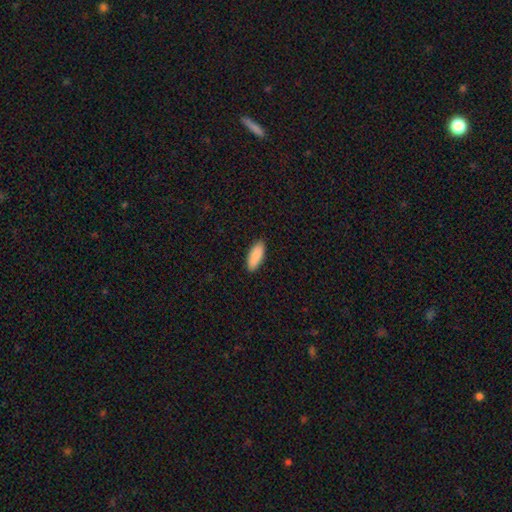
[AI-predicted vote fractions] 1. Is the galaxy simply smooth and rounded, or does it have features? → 90% smooth, 5% star or artifact, 5% featured or disk.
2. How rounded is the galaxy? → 76% in between, 22% cigar-shaped, 2% round.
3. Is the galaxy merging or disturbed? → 90% none, 8% minor disturbance, 2% major disturbance, 1% merger.